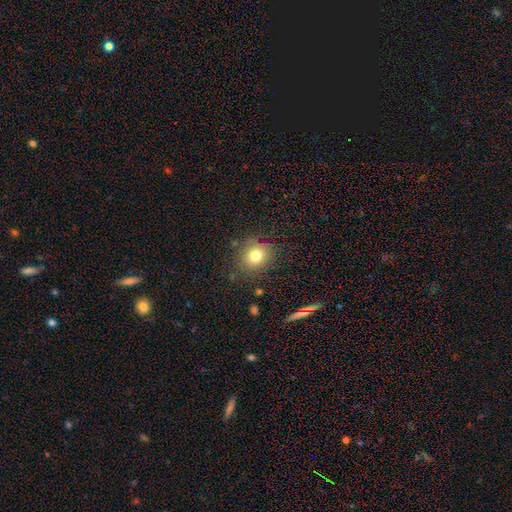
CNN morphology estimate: smooth 77%, star or artifact 13%, featured or disk 10%. Down the decision tree: how rounded — round (76%); merging — none (82%).